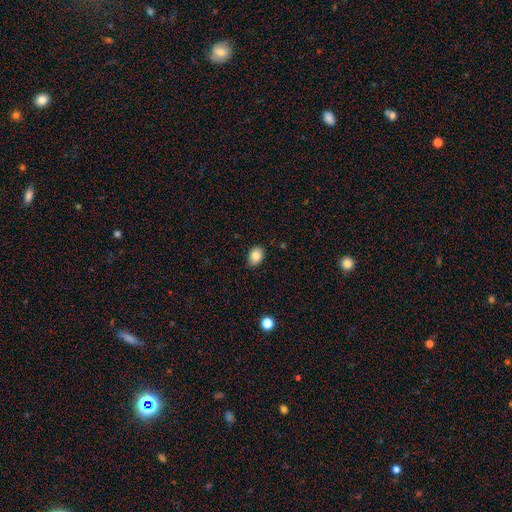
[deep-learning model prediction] A smooth galaxy with no disk features (84%) that is in between round and cigar-shaped (71%). Merging: none (83%).